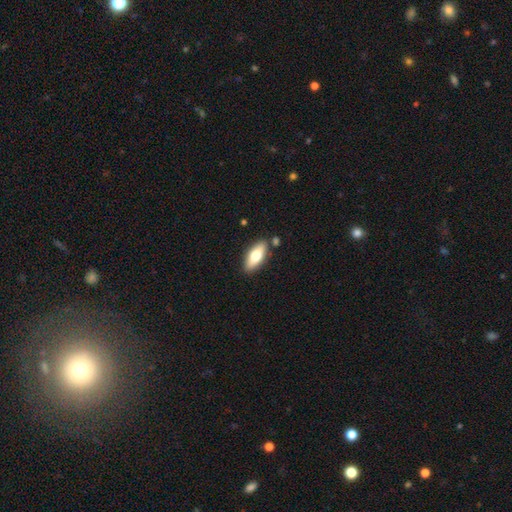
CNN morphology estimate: smooth-or-featured: smooth: 68% | featured or disk: 26% | star or artifact: 6%
  how-rounded: in between: 77% | cigar-shaped: 20% | round: 2%
  merging: none: 83% | minor disturbance: 10% | merger: 5% | major disturbance: 2%